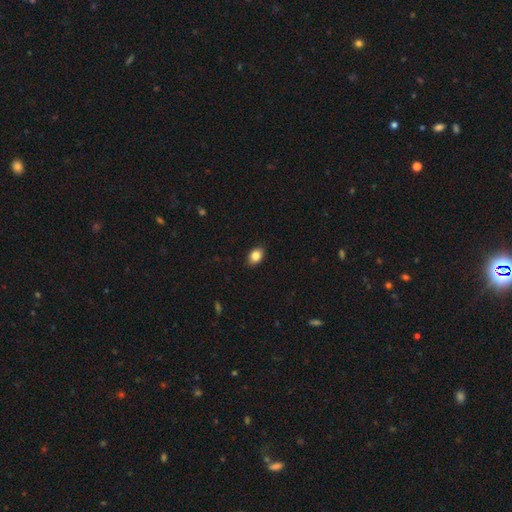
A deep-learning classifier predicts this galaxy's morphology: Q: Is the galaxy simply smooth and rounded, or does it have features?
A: smooth — 84%.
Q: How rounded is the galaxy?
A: in between — 76%.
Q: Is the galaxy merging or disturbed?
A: none — 88%.